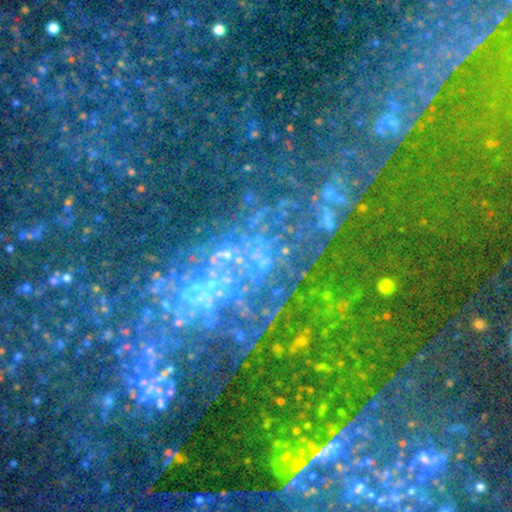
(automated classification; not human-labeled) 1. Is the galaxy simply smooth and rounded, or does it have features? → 56% featured or disk, 31% star or artifact, 13% smooth.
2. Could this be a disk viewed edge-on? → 96% no, 4% yes.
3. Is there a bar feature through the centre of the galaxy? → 76% no, 16% weak, 8% strong.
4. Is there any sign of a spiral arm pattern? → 56% yes, 44% no.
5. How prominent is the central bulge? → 48% small, 29% none, 18% moderate, 3% large, 2% dominant.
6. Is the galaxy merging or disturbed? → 46% none, 19% major disturbance, 19% merger, 16% minor disturbance.